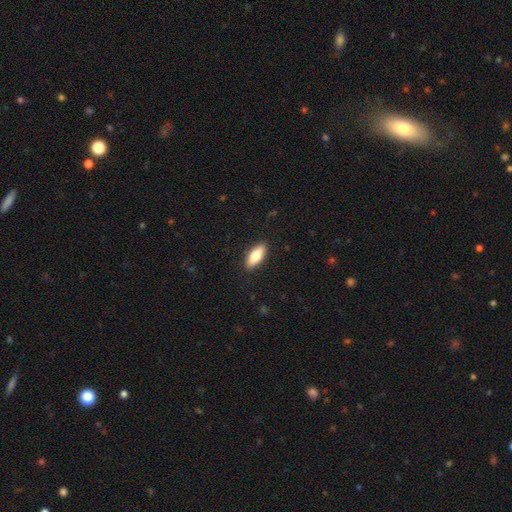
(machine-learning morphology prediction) The model was most divided on "how rounded": in between: 77%, cigar-shaped: 20%, round: 2%. More confident: merging — none (90%); smooth or featured — smooth (77%).